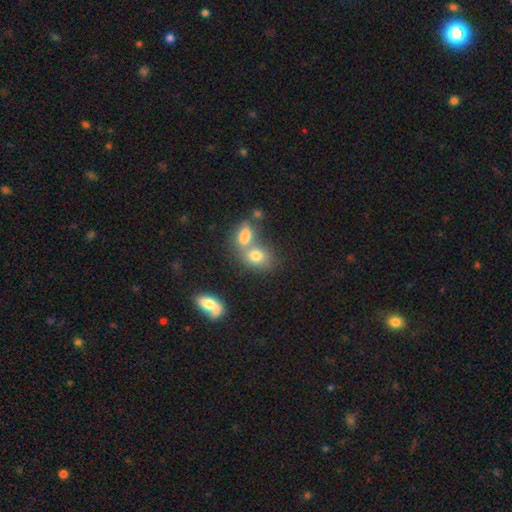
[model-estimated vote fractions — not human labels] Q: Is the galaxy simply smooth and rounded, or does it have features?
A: smooth — 76%.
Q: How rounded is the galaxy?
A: in between — 62%.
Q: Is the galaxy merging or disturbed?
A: merger — 55%.